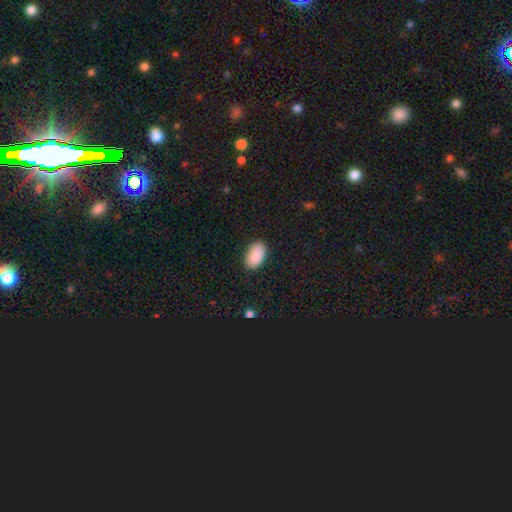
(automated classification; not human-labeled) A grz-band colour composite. It shows a smooth galaxy with no disk features (90%) that is in between round and cigar-shaped (94%). Merging: none (88%).